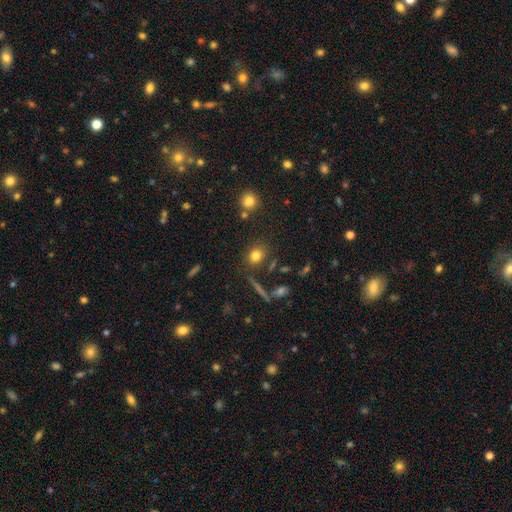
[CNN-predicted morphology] A smooth galaxy with no disk features (78%) that is round (63%).

Vote fractions:
- Smooth or featured? smooth: 78% / star or artifact: 13% / featured or disk: 9%
- How rounded? round: 63% / in between: 35% / cigar-shaped: 2%
- Merging? none: 79% / minor disturbance: 11% / merger: 6% / major disturbance: 4%